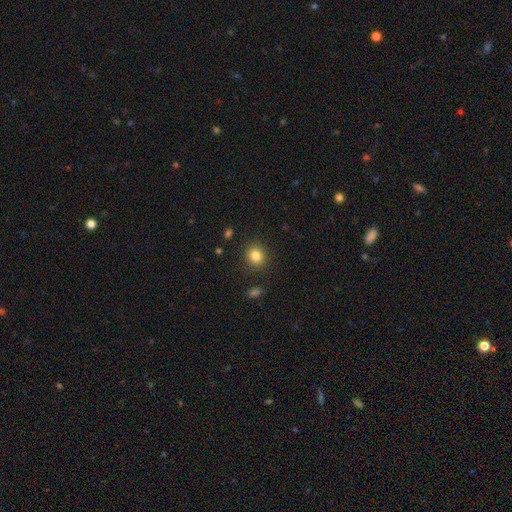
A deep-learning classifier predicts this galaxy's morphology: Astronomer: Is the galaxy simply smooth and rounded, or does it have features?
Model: smooth — 84%.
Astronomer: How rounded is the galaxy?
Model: round — 80%.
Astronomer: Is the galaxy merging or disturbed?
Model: none — 88%.